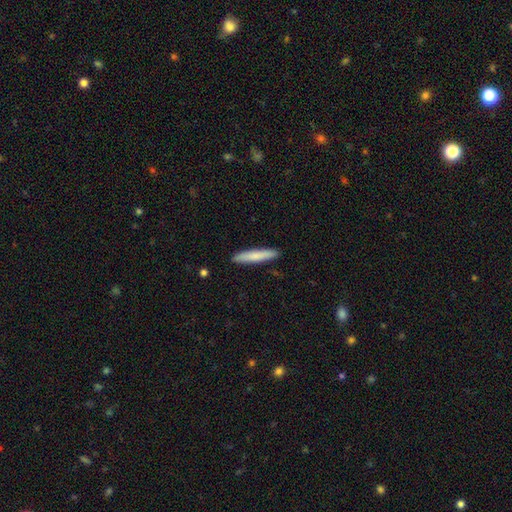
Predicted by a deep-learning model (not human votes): Smooth or featured? smooth (77%)
How rounded? cigar-shaped (93%)
Merging? none (91%)